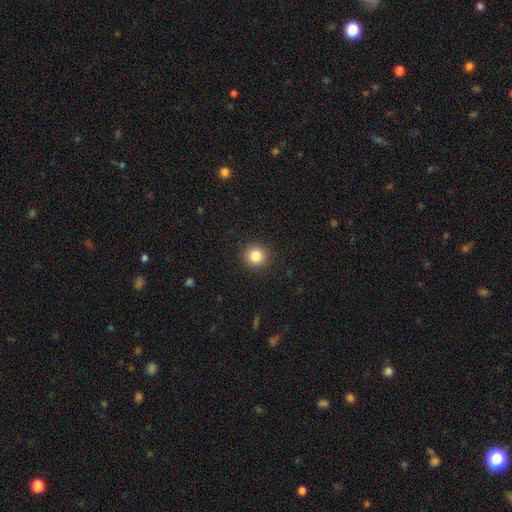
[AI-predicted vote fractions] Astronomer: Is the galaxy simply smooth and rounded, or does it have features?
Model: smooth — 84%.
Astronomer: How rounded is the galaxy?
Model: round — 92%.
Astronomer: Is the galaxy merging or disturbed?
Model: none — 91%.